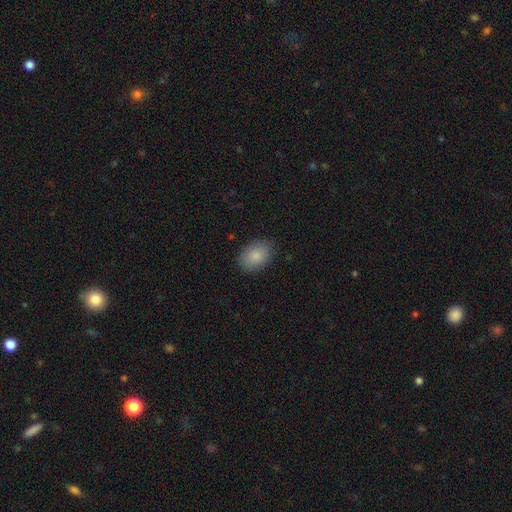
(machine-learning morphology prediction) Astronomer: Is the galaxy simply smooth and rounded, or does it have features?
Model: smooth — 87%.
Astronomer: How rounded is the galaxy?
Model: in between — 82%.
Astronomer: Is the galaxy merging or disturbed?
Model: none — 85%.